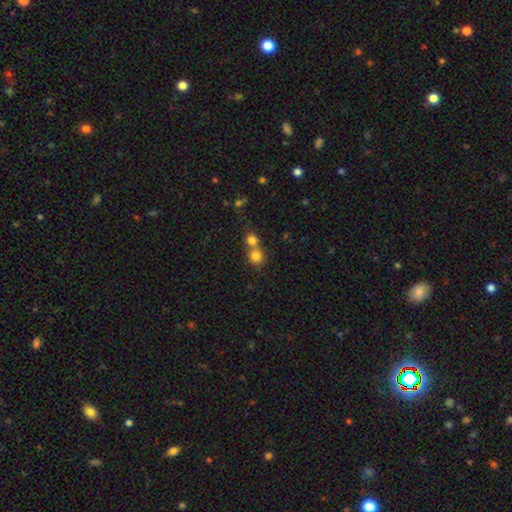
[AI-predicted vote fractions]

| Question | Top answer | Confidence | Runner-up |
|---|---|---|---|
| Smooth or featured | smooth | 79% | star or artifact (13%) |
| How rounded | round | 88% | in between (11%) |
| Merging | merger | 51% | none (42%) |